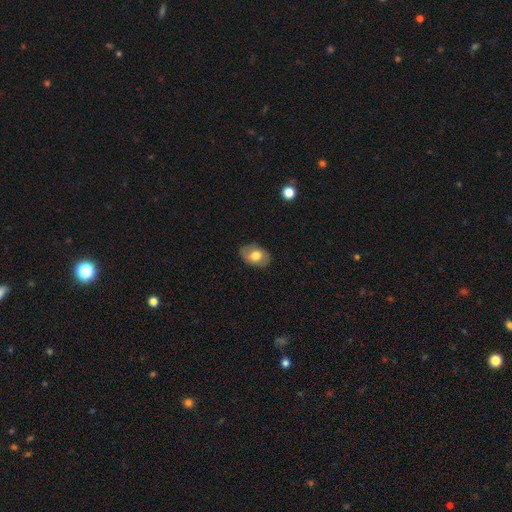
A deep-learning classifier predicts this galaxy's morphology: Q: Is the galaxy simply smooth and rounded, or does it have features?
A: smooth — 63%.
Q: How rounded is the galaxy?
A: in between — 79%.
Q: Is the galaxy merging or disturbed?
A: none — 81%.